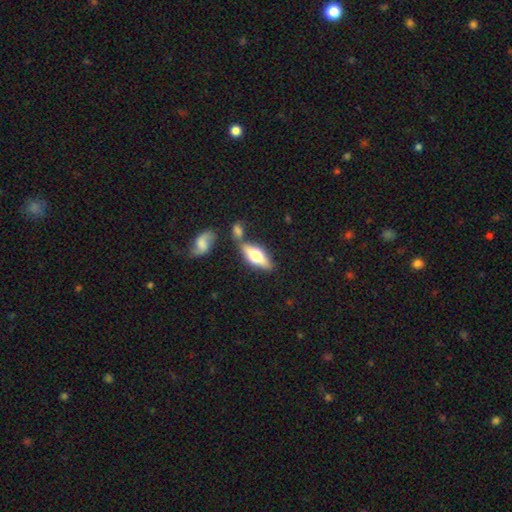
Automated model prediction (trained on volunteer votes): Overall: smooth (50%; featured or disk 44%). Merging: none (66%).